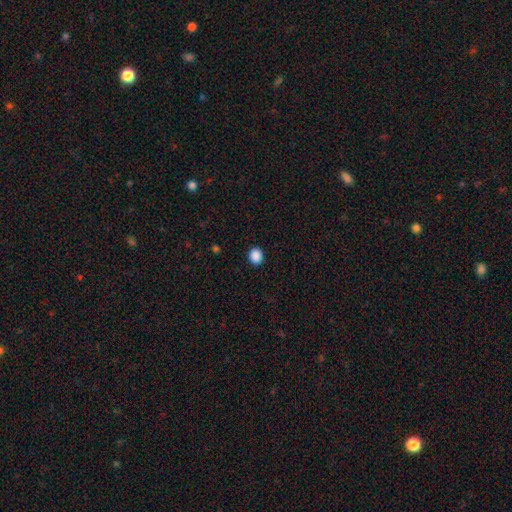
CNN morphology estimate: Smooth or featured? smooth (89%)
How rounded? round (76%)
Merging? none (92%)